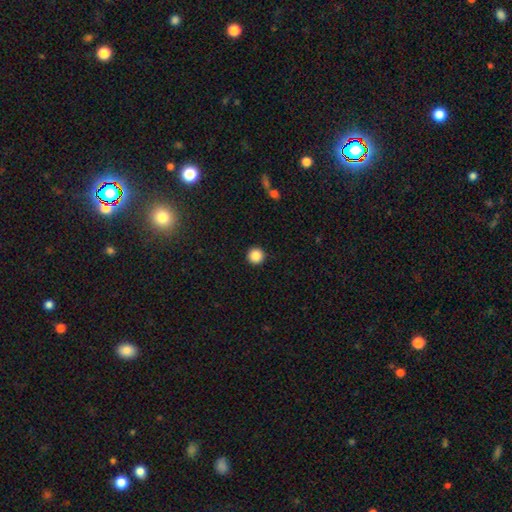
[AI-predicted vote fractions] This appears to be a smooth galaxy with no disk features (87%) that is round (97%). Merging: none (94%).